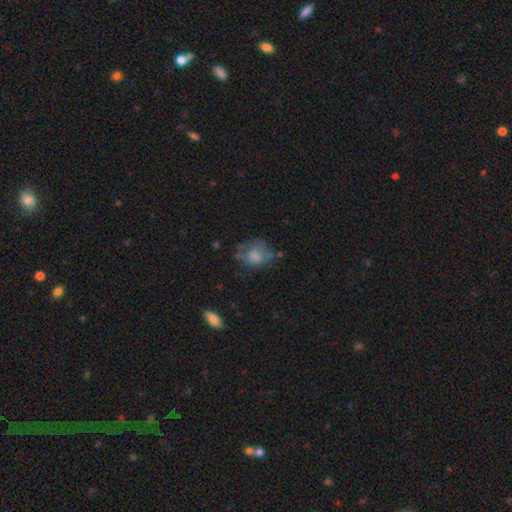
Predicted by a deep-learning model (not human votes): This appears to be a smooth galaxy with no disk features (64%) that is round (50%). Merging: none (43%).